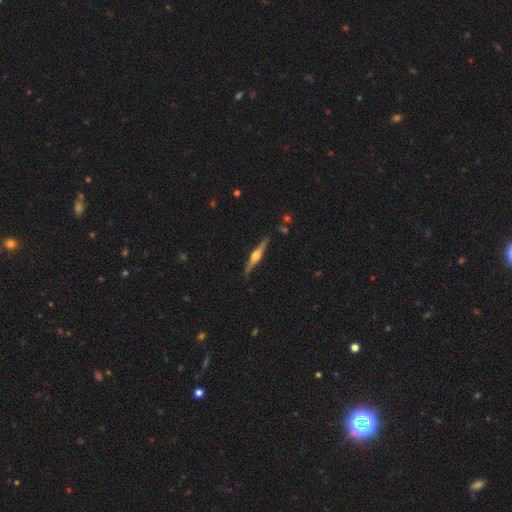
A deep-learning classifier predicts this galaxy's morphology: type=featured or disk (77%); edge-on=yes (98%); edge-on bulge=rounded (93%); merging=none (89%).